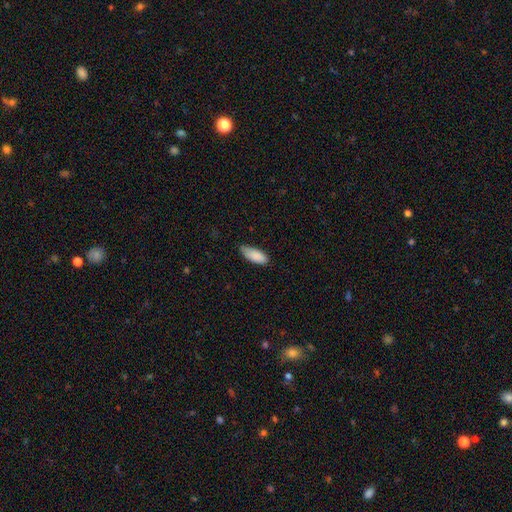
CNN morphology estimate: smooth 89%, star or artifact 6%, featured or disk 5%. Down the decision tree: how rounded — in between (80%); merging — none (68%).